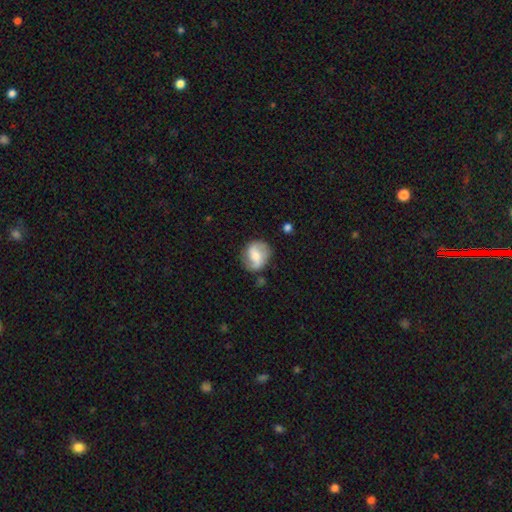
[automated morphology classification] This is likely a featured or disk galaxy (62%). It is clearly not viewed edge-on (97%). Bar: marginally weak (43%). Spiral arm pattern: clearly yes (86%). Spiral arm count: clearly 2 (85%). Spiral winding: marginally loose (40%, tied with medium). Central bulge: possibly moderate (51%). Merging: likely none (73%).